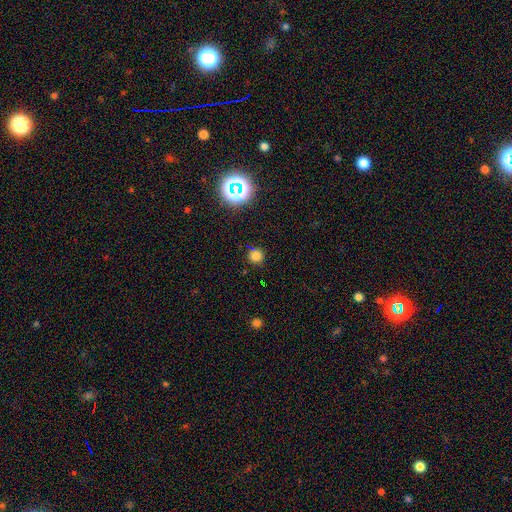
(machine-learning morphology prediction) A smooth galaxy with no disk features (72%) that is round (93%).

Vote fractions:
- Smooth or featured? smooth: 72% / star or artifact: 23% / featured or disk: 6%
- How rounded? round: 93% / in between: 6% / cigar-shaped: 1%
- Merging? none: 84% / minor disturbance: 10% / major disturbance: 3% / merger: 3%